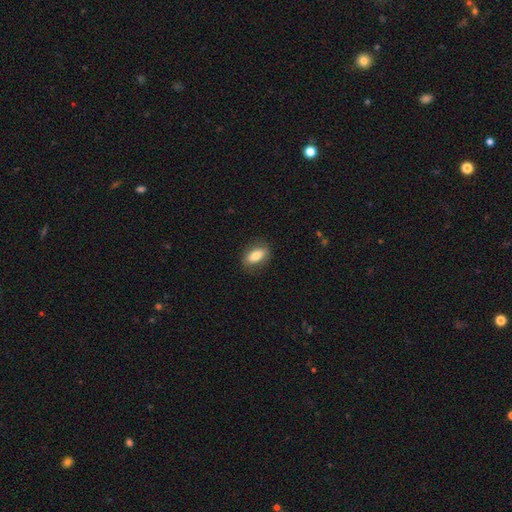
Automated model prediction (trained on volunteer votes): The model was most divided on "smooth or featured": smooth: 79%, featured or disk: 15%, star or artifact: 7%. More confident: how rounded — in between (85%); merging — none (82%).